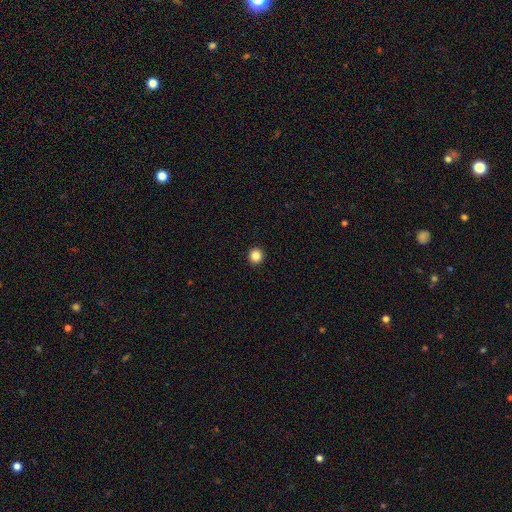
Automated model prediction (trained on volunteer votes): The model was most divided on "smooth or featured": smooth: 86%, star or artifact: 11%, featured or disk: 3%. More confident: how rounded — round (96%); merging — none (94%).